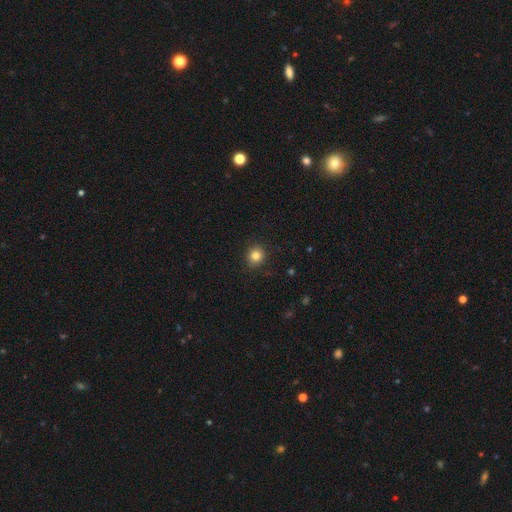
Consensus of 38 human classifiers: Smooth or featured?
  - smooth: 87% *
  - featured or disk: 8%
  - star or artifact: 5%
How rounded?
  - round: 79% *
  - in between: 21%
  - cigar-shaped: 0%
Merging?
  - none: 89% *
  - minor disturbance: 11%
  - major disturbance: 0%
  - merger: 0%